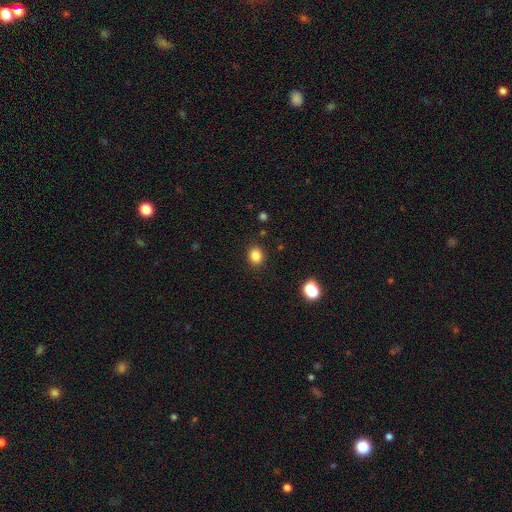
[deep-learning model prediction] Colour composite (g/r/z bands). It shows a smooth galaxy with no disk features (84%) that is round (71%). Merging: none (89%).